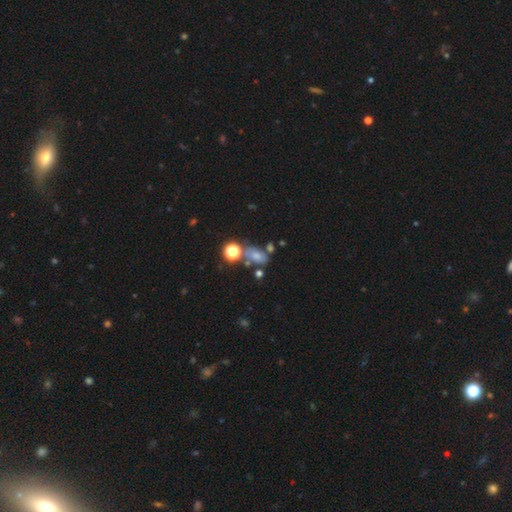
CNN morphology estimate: Smooth or featured? smooth (61%)
How rounded? in between (76%)
Merging? none (51%)